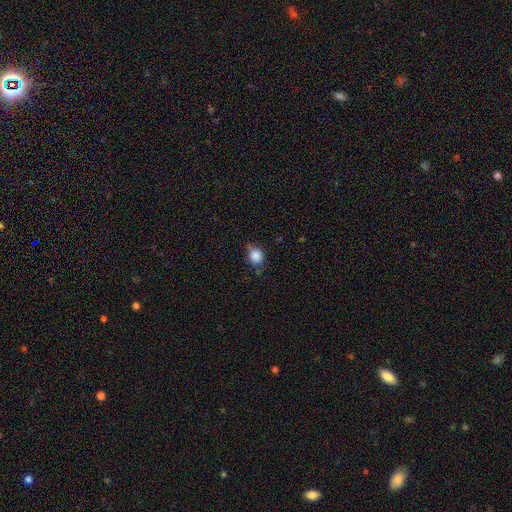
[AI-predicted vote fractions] Smooth or featured: smooth — 83% (star or artifact — 10%)
How rounded: round — 69% (in between — 29%)
Merging: none — 58% (minor disturbance — 32%)